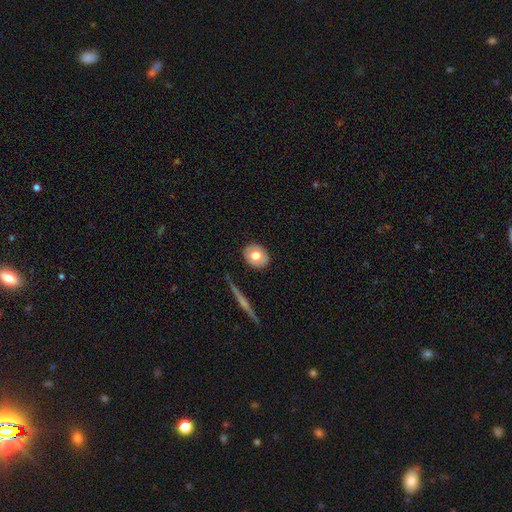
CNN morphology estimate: Smooth or featured? Predicted: smooth (p=0.68). How rounded? Predicted: round (p=0.60). Merging? Predicted: none (p=0.86).